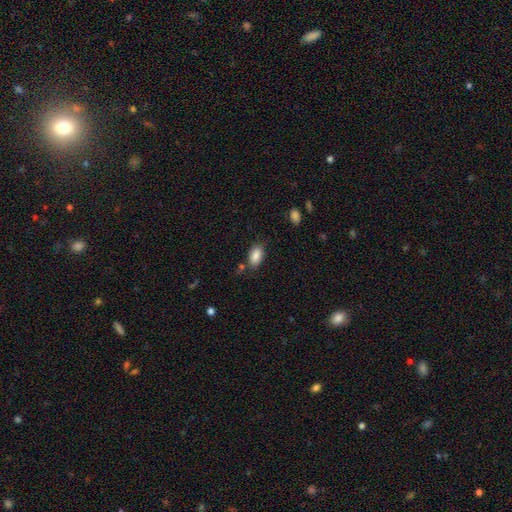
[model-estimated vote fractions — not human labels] A smooth galaxy with no disk features (87%) that is in between round and cigar-shaped (92%). Merging: none (76%).